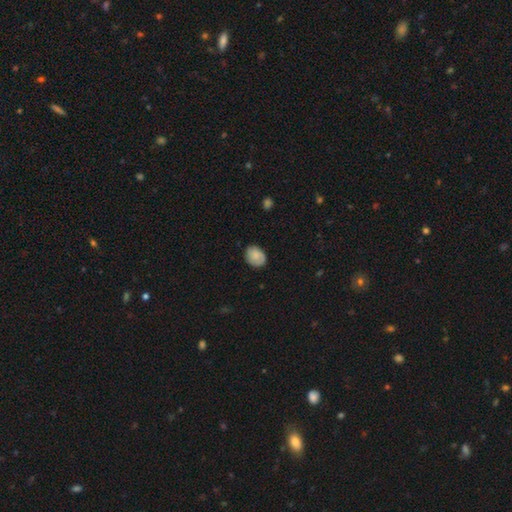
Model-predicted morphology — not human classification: Smooth or featured? smooth (78%)
How rounded? in between (52%)
Merging? none (78%)